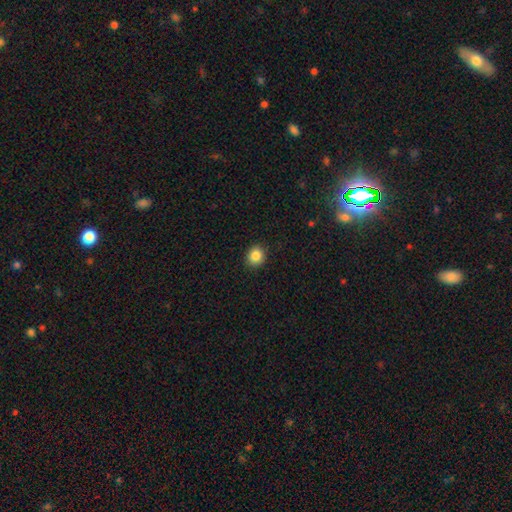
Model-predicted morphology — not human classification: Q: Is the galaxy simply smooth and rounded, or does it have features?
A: smooth — 86%.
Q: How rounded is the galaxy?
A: round — 80%.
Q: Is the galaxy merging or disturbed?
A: none — 91%.